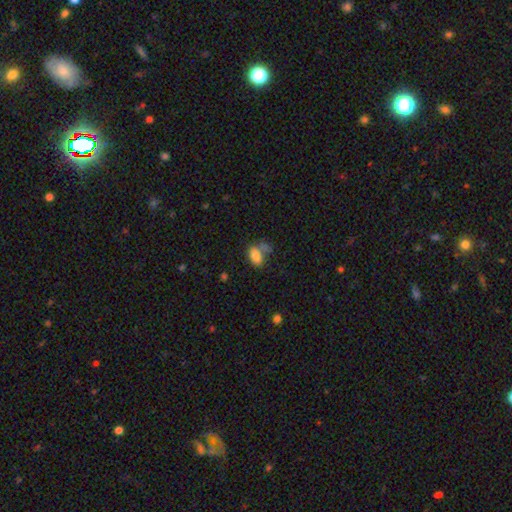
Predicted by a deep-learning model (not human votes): Smooth or featured? smooth (81%)
How rounded? in between (89%)
Merging? none (42%)